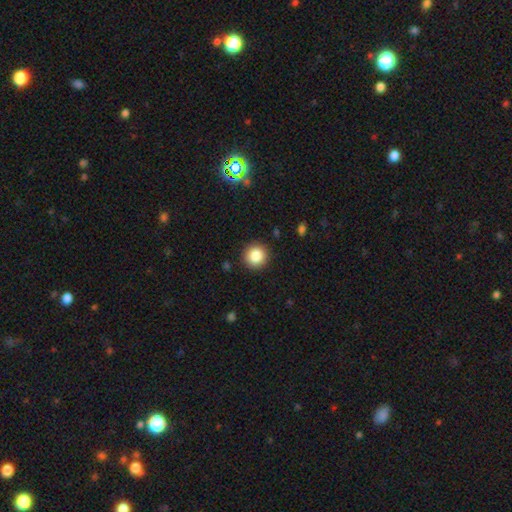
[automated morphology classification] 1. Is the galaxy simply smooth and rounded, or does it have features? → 86% smooth, 9% star or artifact, 5% featured or disk.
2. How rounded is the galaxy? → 95% round, 4% in between, 1% cigar-shaped.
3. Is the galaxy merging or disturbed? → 91% none, 6% minor disturbance, 2% major disturbance, 1% merger.